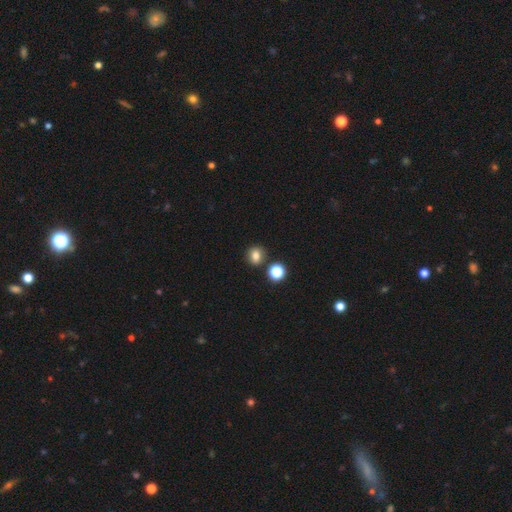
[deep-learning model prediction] A smooth galaxy with no disk features (78%) that is round (72%).

Vote fractions:
- Smooth or featured? smooth: 78% / star or artifact: 14% / featured or disk: 7%
- How rounded? round: 72% / in between: 27% / cigar-shaped: 1%
- Merging? none: 81% / minor disturbance: 9% / merger: 8% / major disturbance: 3%